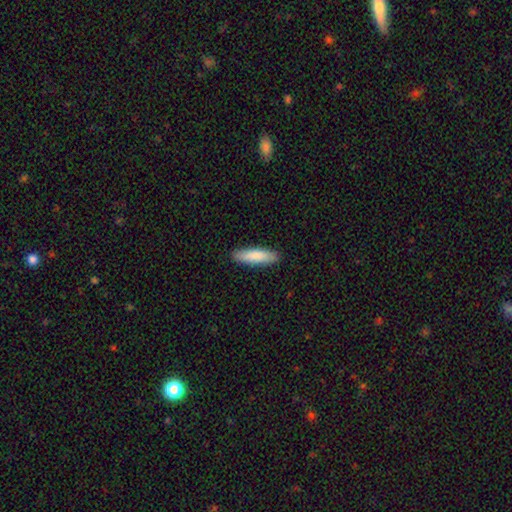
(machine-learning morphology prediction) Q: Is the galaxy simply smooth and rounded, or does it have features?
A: smooth — 84%.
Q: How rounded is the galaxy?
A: cigar-shaped — 65%.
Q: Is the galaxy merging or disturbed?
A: none — 89%.